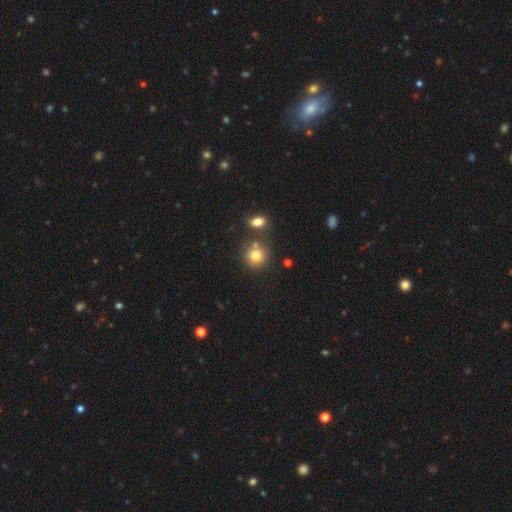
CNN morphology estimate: smooth-or-featured: smooth: 79% | star or artifact: 11% | featured or disk: 10%
  how-rounded: round: 86% | in between: 13% | cigar-shaped: 1%
  merging: none: 65% | merger: 22% | minor disturbance: 10% | major disturbance: 3%